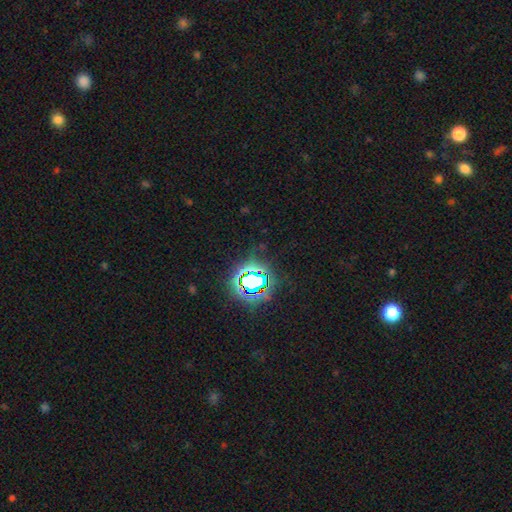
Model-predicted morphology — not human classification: smooth_or_featured: star or artifact (p=0.82) [alt: smooth p=0.12]